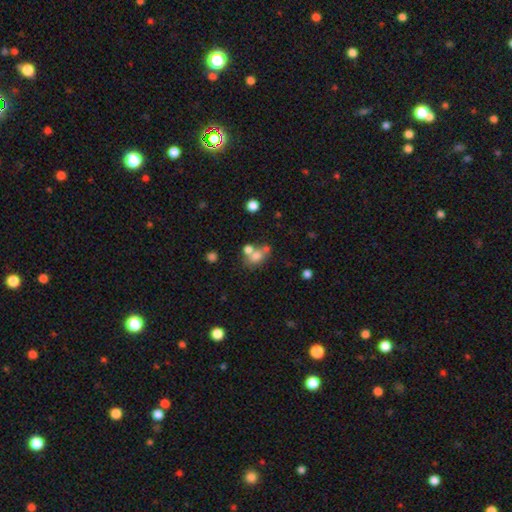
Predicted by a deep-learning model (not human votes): The model was most divided on "merging": merger: 43%, none: 39%, minor disturbance: 11%, major disturbance: 7%. More confident: smooth or featured — smooth (69%); how rounded — in between (54%).